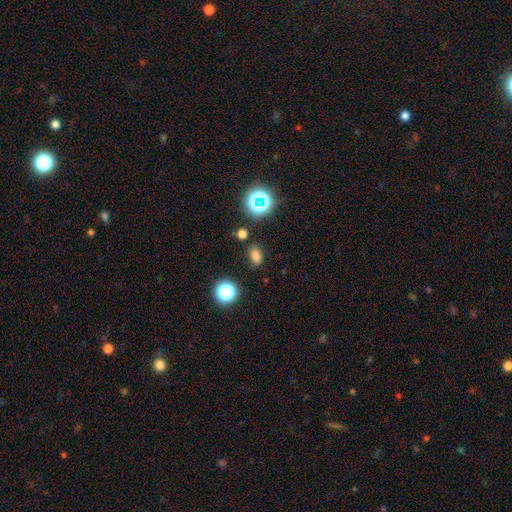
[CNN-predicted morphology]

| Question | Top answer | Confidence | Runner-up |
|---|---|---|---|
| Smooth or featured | smooth | 74% | star or artifact (20%) |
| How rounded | in between | 75% | round (24%) |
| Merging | none | 81% | minor disturbance (12%) |